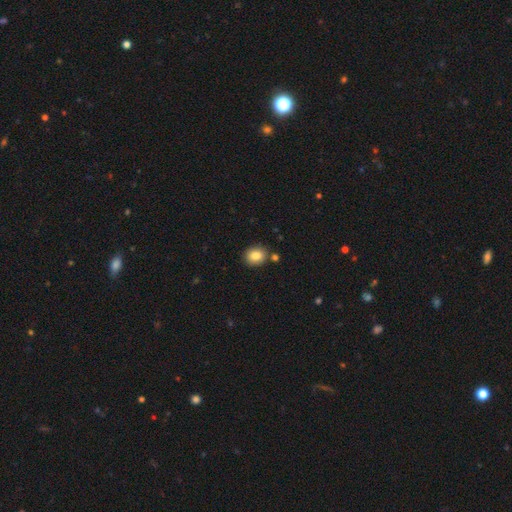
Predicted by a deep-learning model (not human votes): A smooth galaxy with no disk features (84%) that is round (60%).

Vote fractions:
- Smooth or featured? smooth: 84% / star or artifact: 9% / featured or disk: 7%
- How rounded? round: 60% / in between: 39% / cigar-shaped: 1%
- Merging? none: 81% / minor disturbance: 10% / merger: 7% / major disturbance: 2%